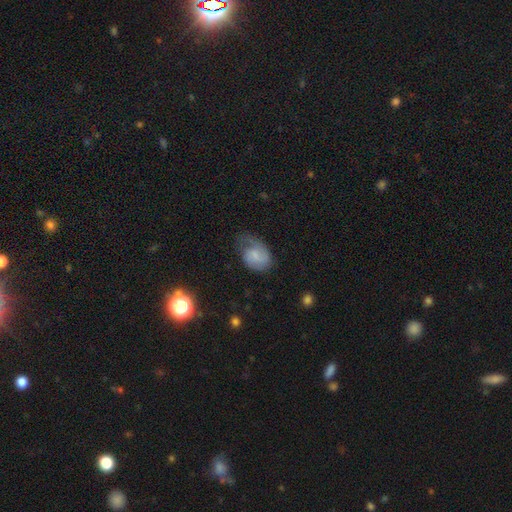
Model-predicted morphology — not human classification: The model was most divided on "smooth or featured": smooth: 47%, featured or disk: 45%, star or artifact: 8%. Remaining: merging — none (40%).